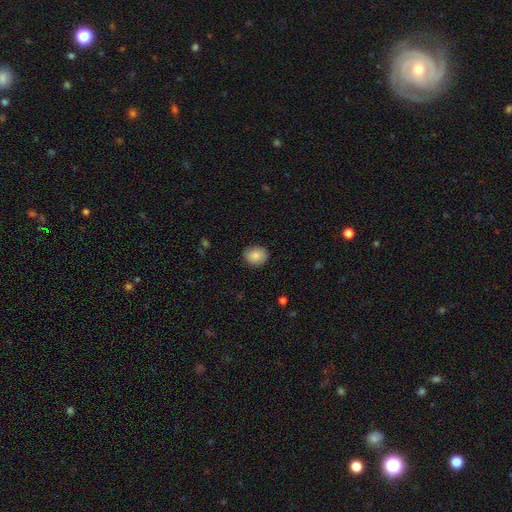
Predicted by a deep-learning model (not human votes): Overall: smooth (86%). How rounded: round (68%; in between 31%). Merging: none (84%).